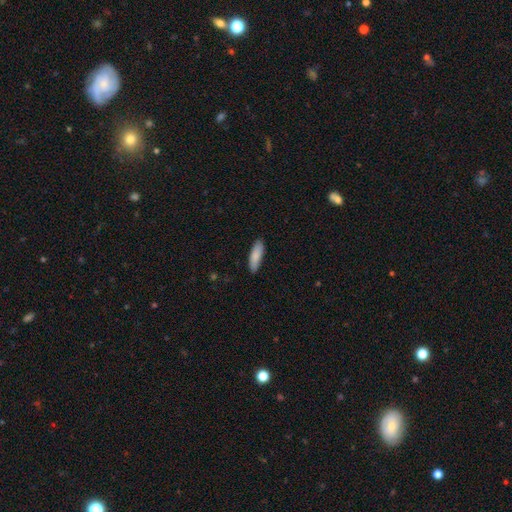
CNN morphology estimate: This is clearly a smooth galaxy (87%). How rounded: possibly cigar-shaped (52%). Merging: clearly none (87%).